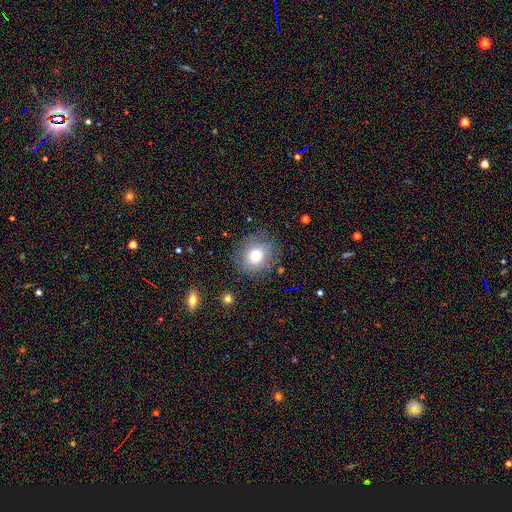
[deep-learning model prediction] Smooth or featured?
  - smooth: 69% *
  - featured or disk: 18%
  - star or artifact: 13%
How rounded?
  - round: 83% *
  - in between: 16%
  - cigar-shaped: 1%
Merging?
  - none: 79% *
  - minor disturbance: 14%
  - major disturbance: 6%
  - merger: 2%